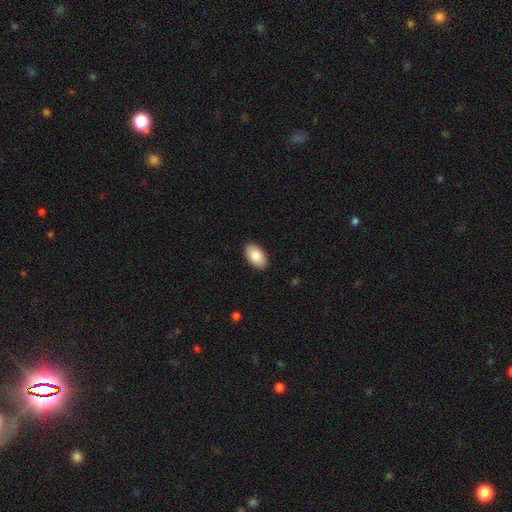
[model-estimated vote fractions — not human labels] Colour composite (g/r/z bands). It shows a smooth galaxy with no disk features (87%) that is in between round and cigar-shaped (95%). Merging: none (90%).